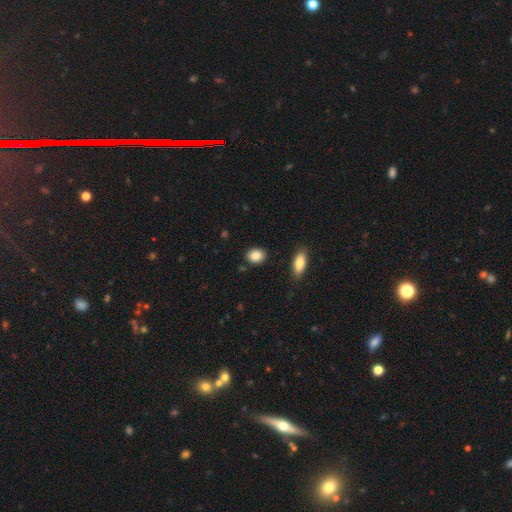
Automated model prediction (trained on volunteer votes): Morphology: type=smooth (87%); roundness=in between (53%); merging=none (86%).